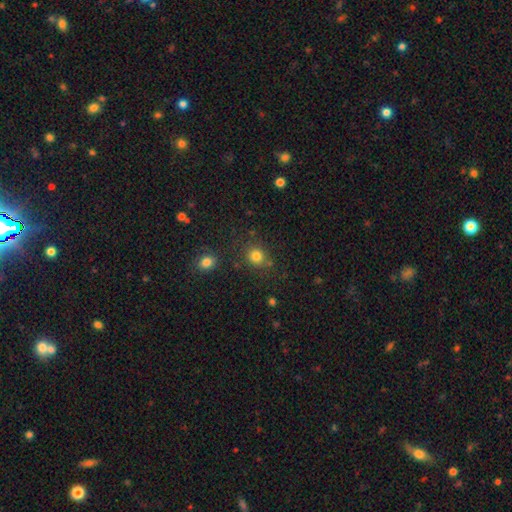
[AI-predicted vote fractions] smooth_or_featured: smooth (p=0.81) [alt: star or artifact p=0.14]
how_rounded: round (p=0.82) [alt: in between p=0.17]
merging: none (p=0.75) [alt: minor disturbance p=0.12]